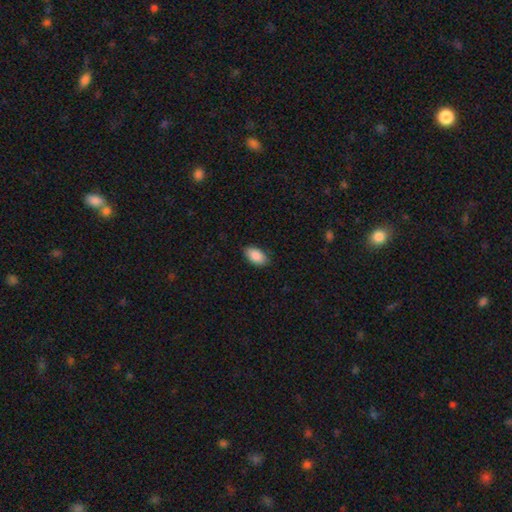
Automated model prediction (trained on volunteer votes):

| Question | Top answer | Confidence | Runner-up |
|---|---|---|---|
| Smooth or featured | smooth | 89% | star or artifact (7%) |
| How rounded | in between | 94% | round (4%) |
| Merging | none | 86% | minor disturbance (11%) |